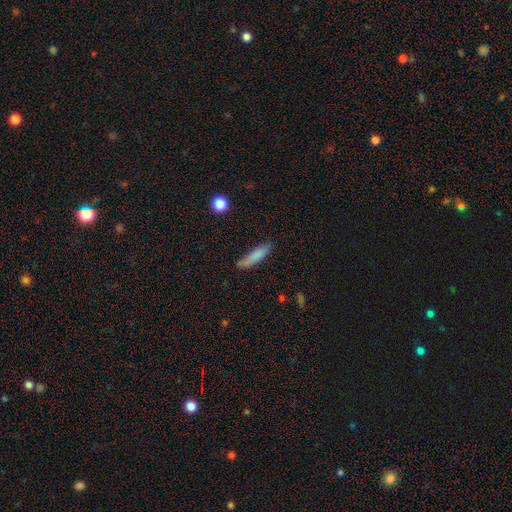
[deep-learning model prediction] smooth_or_featured: smooth (p=0.80) [alt: featured or disk p=0.13]
how_rounded: cigar-shaped (p=0.78) [alt: in between p=0.20]
merging: none (p=0.71) [alt: minor disturbance p=0.22]